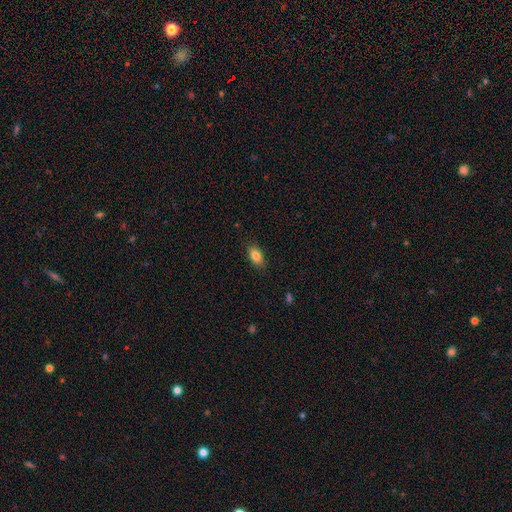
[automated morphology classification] A smooth galaxy with no disk features (84%) that is in between round and cigar-shaped (89%). Merging: none (86%).